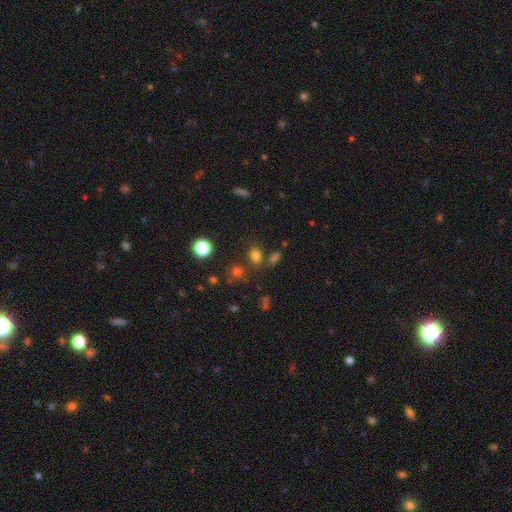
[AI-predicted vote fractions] Overall: smooth (74%). How rounded: in between (55%; round 43%). Merging: none (72%).